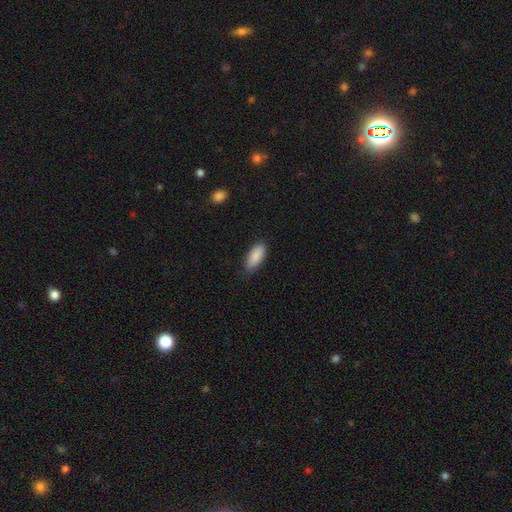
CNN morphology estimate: Smooth or featured: smooth — 89% (star or artifact — 6%)
How rounded: in between — 85% (cigar-shaped — 13%)
Merging: none — 82% (minor disturbance — 14%)